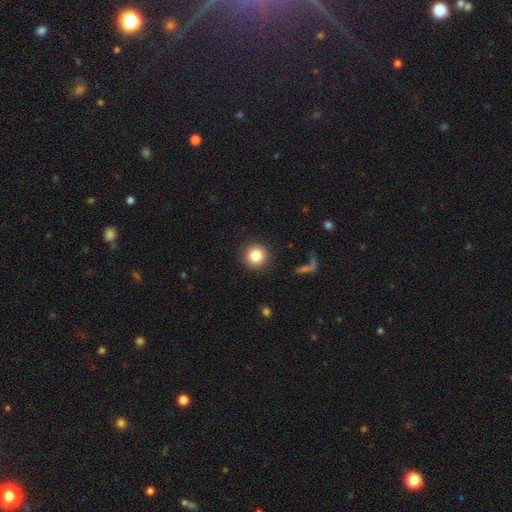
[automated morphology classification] smooth 84%, star or artifact 9%, featured or disk 7%. Down the decision tree: how rounded — round (95%); merging — none (90%).